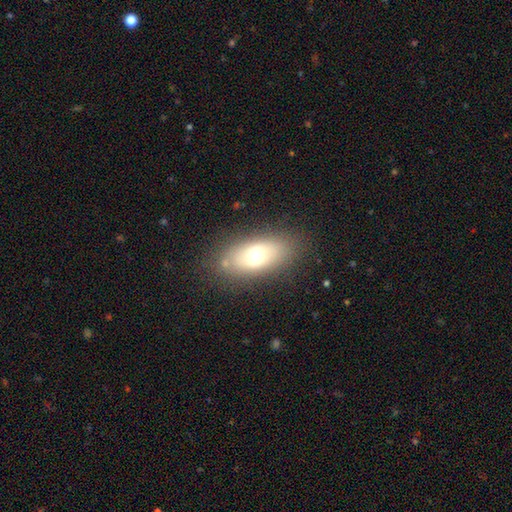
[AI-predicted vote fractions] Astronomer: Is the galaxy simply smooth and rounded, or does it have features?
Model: smooth — 62%.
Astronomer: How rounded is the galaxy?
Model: in between — 85%.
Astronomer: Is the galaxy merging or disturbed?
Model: none — 77%.